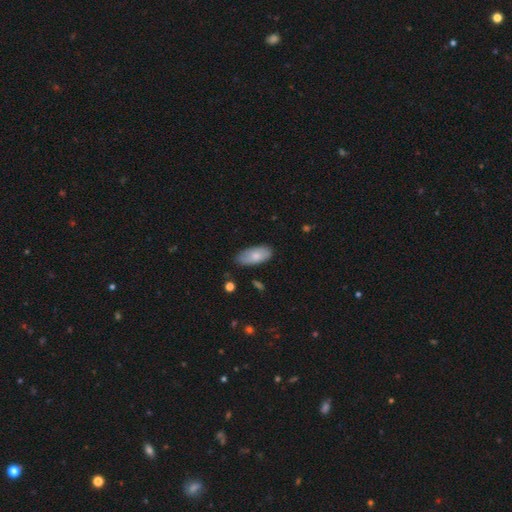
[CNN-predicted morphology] smooth-or-featured: smooth: 77% | featured or disk: 17% | star or artifact: 6%
  how-rounded: in between: 91% | cigar-shaped: 7% | round: 2%
  merging: none: 78% | minor disturbance: 18% | major disturbance: 3% | merger: 1%